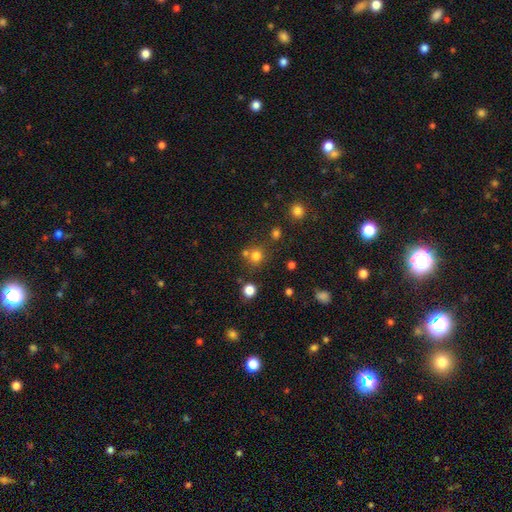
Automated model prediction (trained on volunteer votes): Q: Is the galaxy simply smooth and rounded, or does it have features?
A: smooth — 74%.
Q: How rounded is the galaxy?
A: round — 89%.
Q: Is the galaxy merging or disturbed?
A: none — 67%.